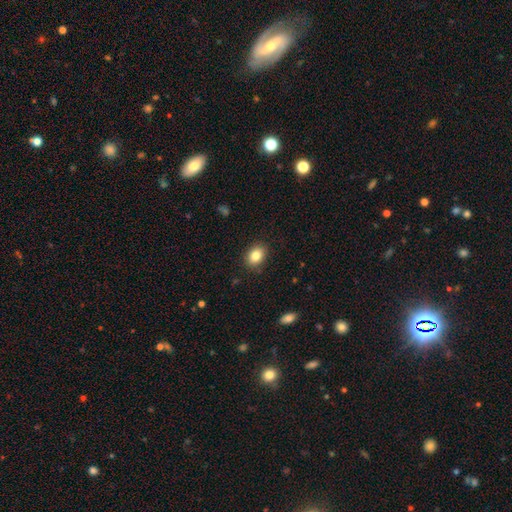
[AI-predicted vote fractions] Smooth or featured: smooth — 84% (star or artifact — 9%)
How rounded: in between — 68% (round — 31%)
Merging: none — 87% (minor disturbance — 9%)